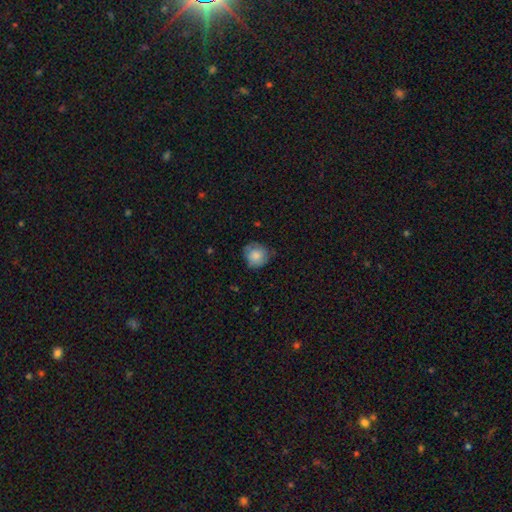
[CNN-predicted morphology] smooth-or-featured: smooth: 77% | featured or disk: 15% | star or artifact: 7%
  how-rounded: round: 87% | in between: 12% | cigar-shaped: 1%
  merging: none: 67% | minor disturbance: 26% | major disturbance: 6% | merger: 1%